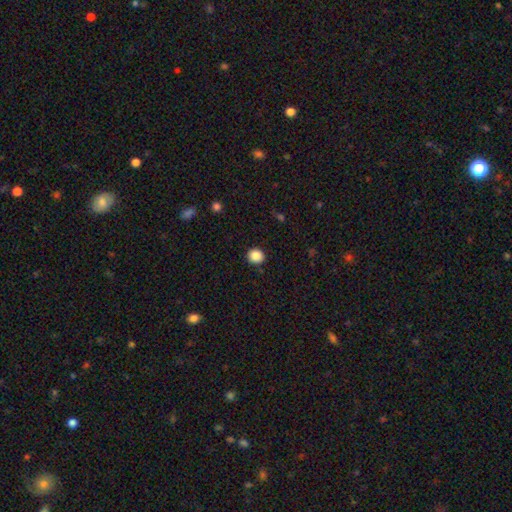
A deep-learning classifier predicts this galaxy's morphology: smooth_or_featured: smooth (p=0.87) [alt: star or artifact p=0.10]
how_rounded: round (p=0.87) [alt: in between p=0.12]
merging: none (p=0.91) [alt: minor disturbance p=0.06]